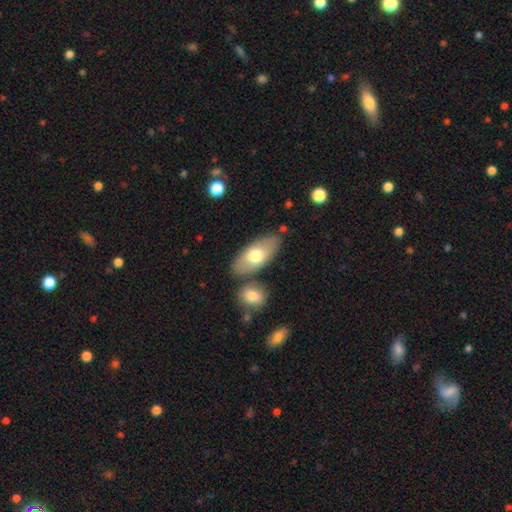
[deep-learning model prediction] This is likely a smooth galaxy (67%). How rounded: clearly in between (89%). Merging: likely none (75%).